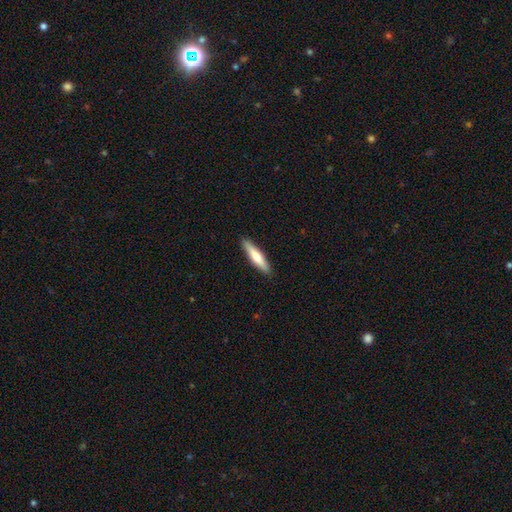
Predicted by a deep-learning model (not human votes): smooth 62%, featured or disk 33%, star or artifact 5%. Down the decision tree: how rounded — cigar-shaped (85%); merging — none (90%).